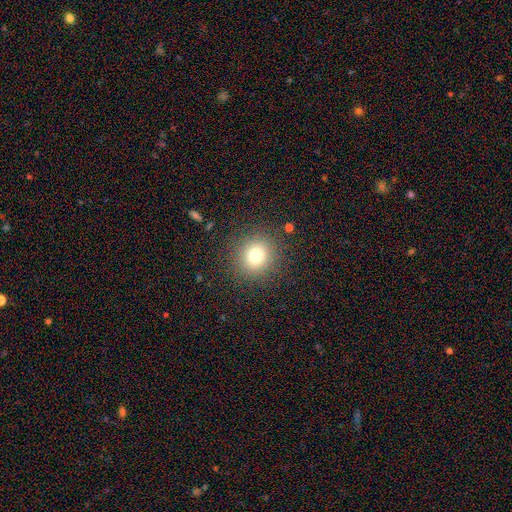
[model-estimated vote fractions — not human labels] Morphology: type=smooth (76%); roundness=round (90%); merging=none (88%).